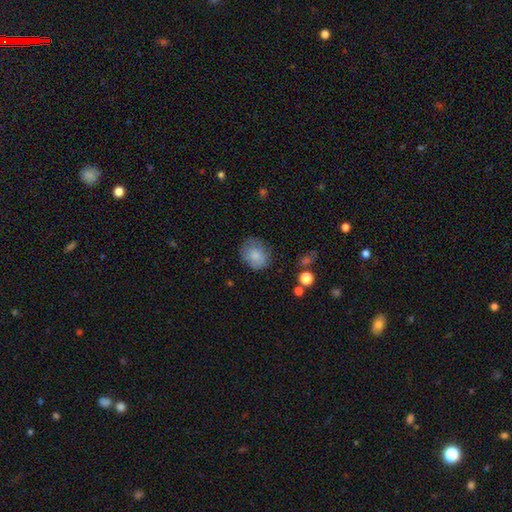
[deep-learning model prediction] The model was most divided on "how rounded": round: 62%, in between: 37%, cigar-shaped: 1%. More confident: smooth or featured — smooth (80%); merging — none (68%).